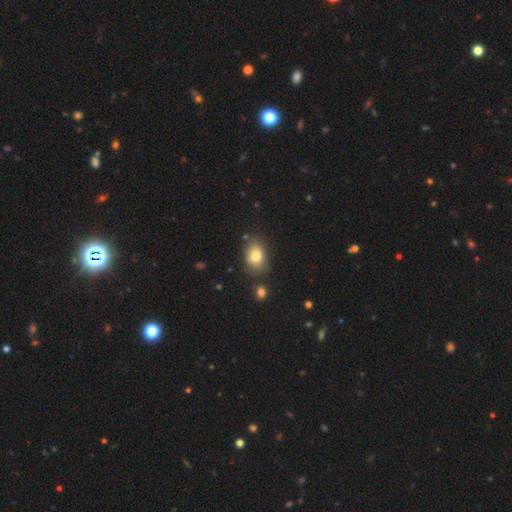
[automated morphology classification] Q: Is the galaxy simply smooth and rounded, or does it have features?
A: smooth — 81%.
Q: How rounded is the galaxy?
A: in between — 77%.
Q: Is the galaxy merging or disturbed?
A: none — 74%.